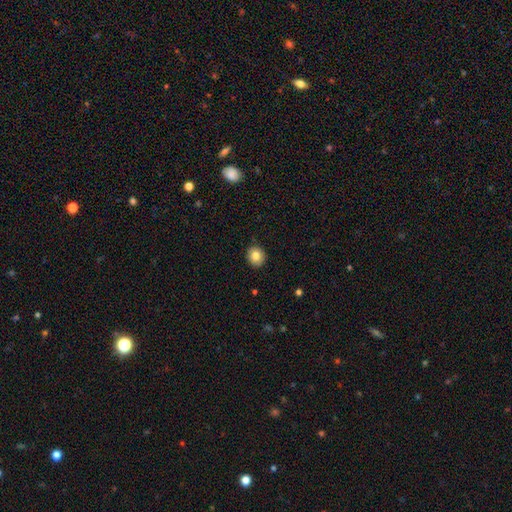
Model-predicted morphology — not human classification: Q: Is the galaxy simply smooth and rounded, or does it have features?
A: smooth — 83%.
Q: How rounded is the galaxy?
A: round — 81%.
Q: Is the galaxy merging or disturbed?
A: none — 91%.